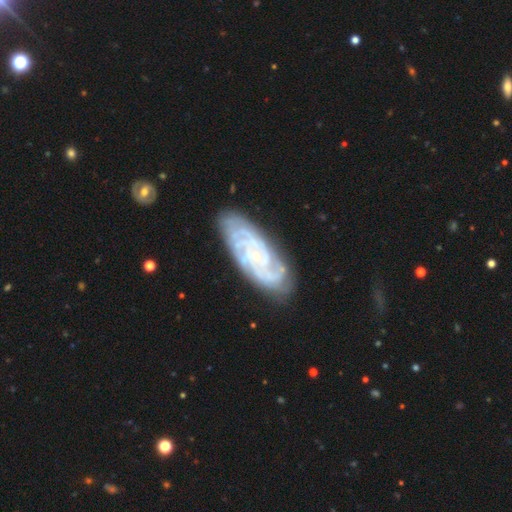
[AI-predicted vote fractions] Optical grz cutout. It shows a featured or disk galaxy (84%) with no bar (68%), tight (75%) spiral arms (97%) and a small central bulge (81%). Merging: none (80%).